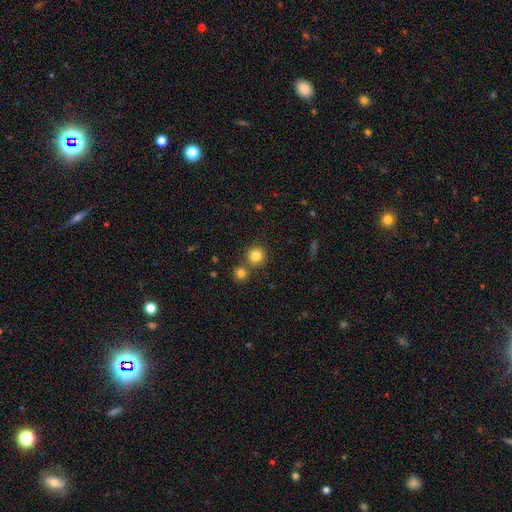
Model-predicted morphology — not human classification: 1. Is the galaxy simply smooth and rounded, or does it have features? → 82% smooth, 12% star or artifact, 6% featured or disk.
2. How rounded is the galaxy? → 92% round, 7% in between, 1% cigar-shaped.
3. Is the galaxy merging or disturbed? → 71% none, 20% merger, 7% minor disturbance, 2% major disturbance.